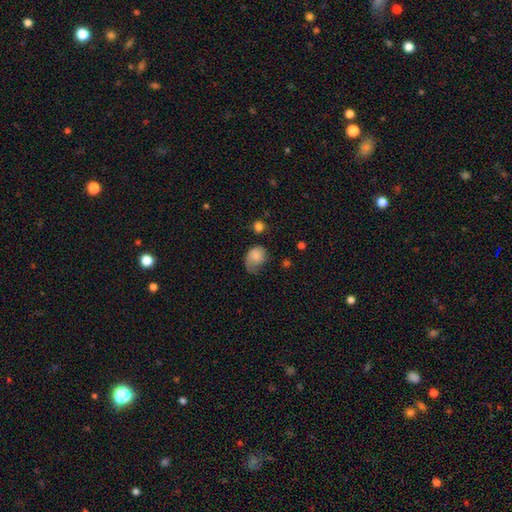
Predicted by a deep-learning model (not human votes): A smooth galaxy with no disk features (73%) that is in between round and cigar-shaped (60%). Merging: minor disturbance (35%).